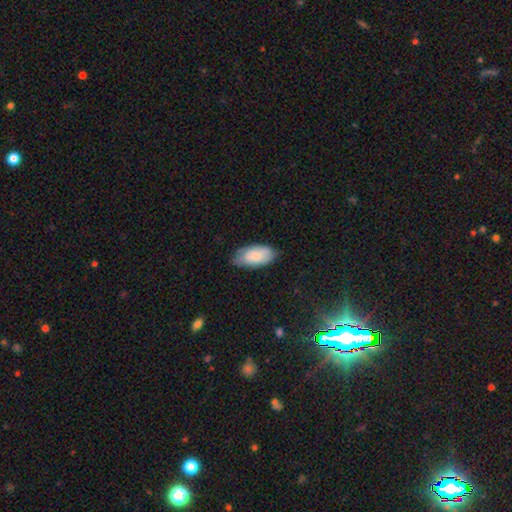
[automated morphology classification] Overall: smooth (79%). How rounded: in between (94%). Merging: none (70%).